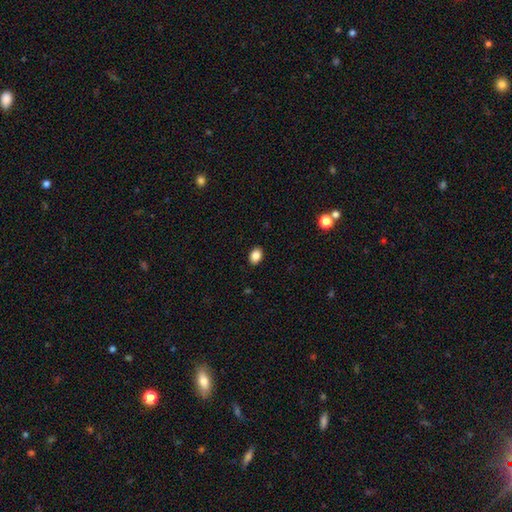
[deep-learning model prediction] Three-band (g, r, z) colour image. It shows a smooth galaxy with no disk features (87%) that is in between round and cigar-shaped (75%). Merging: none (90%).